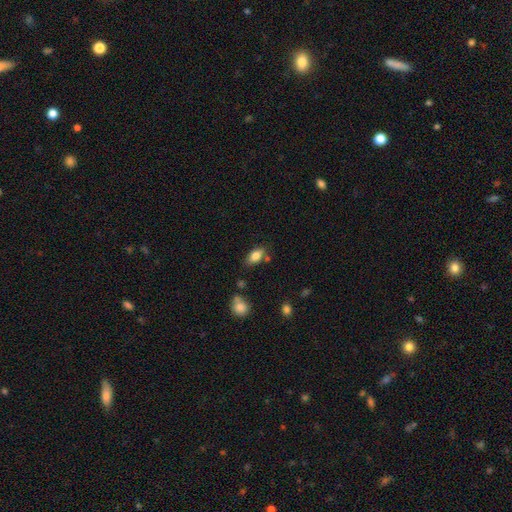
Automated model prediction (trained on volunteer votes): This appears to be a smooth galaxy with no disk features (81%) that is in between round and cigar-shaped (88%). Merging: none (70%).